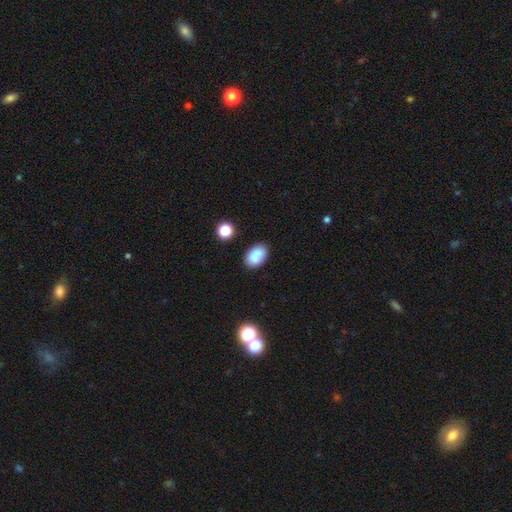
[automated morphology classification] type=smooth (81%); roundness=in between (86%); merging=none (72%).